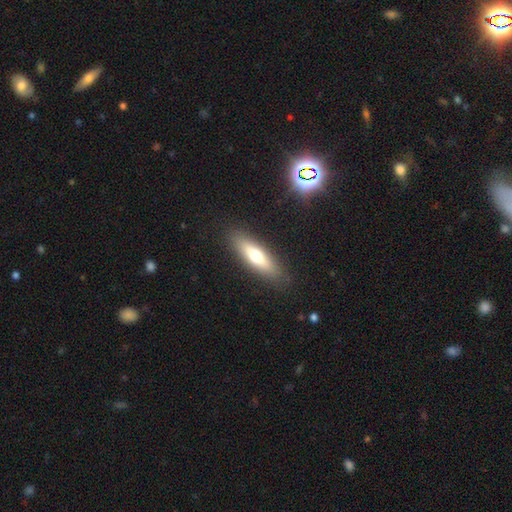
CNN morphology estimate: Overall: smooth (64%; featured or disk 30%). How rounded: cigar-shaped (58%; in between 40%). Merging: none (88%).